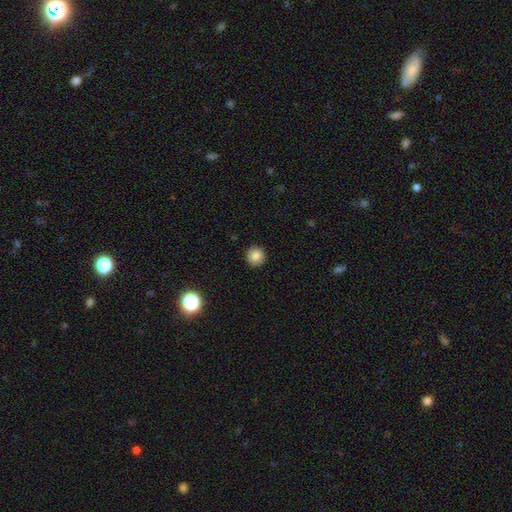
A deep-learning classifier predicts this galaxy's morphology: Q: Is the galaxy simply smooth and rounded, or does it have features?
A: smooth — 81%.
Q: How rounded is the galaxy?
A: round — 93%.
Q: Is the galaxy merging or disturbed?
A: none — 90%.